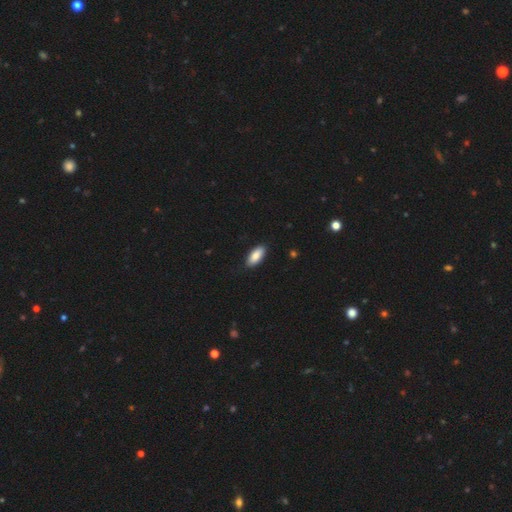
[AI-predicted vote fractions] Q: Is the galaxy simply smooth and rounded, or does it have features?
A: smooth — 86%.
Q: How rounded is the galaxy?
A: in between — 86%.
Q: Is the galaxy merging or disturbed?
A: none — 87%.